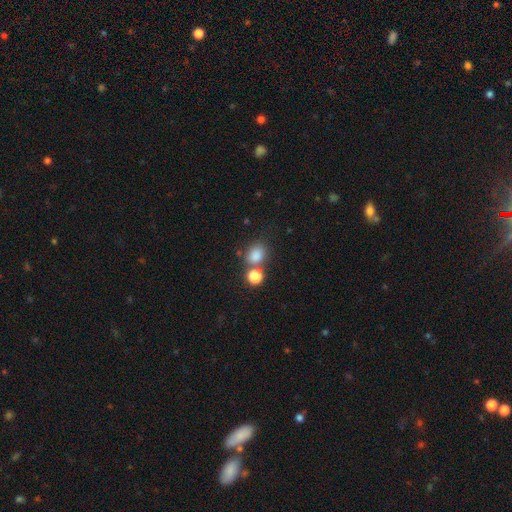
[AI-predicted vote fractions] This is clearly a smooth galaxy (81%). How rounded: possibly round (59%). Merging: likely none (60%).